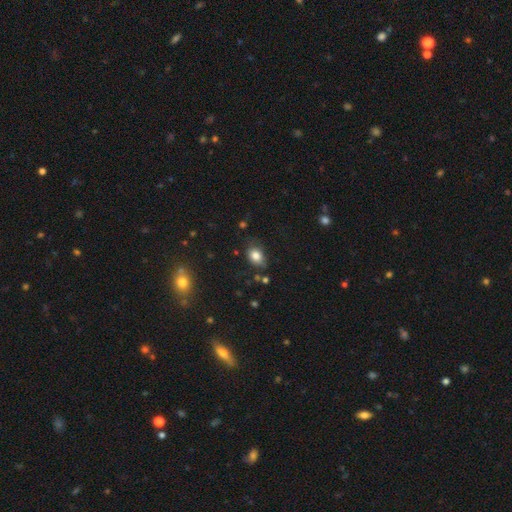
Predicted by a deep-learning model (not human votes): This is clearly a smooth galaxy (82%). How rounded: likely in between (71%). Merging: likely none (68%).